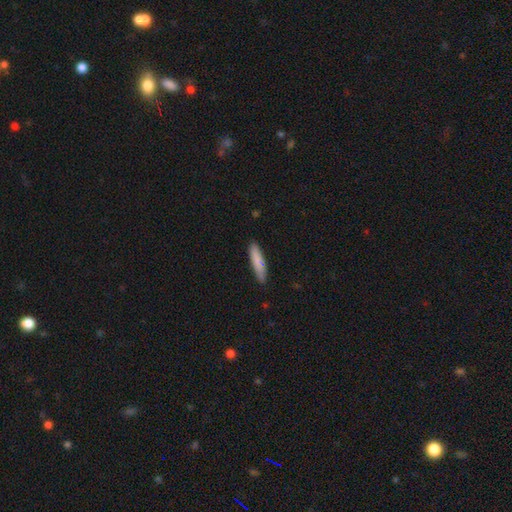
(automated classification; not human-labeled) This is clearly a smooth galaxy (82%). How rounded: clearly cigar-shaped (83%). Merging: clearly none (87%).